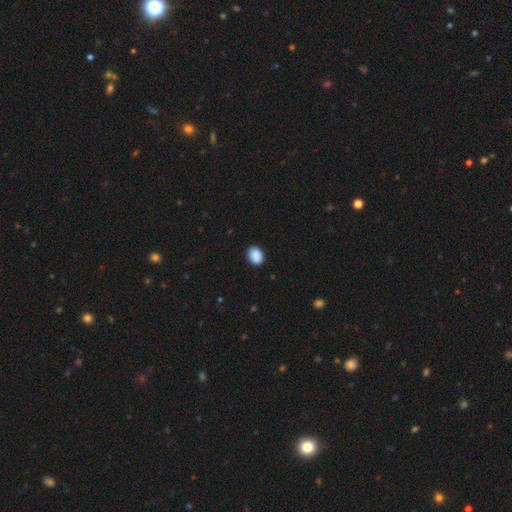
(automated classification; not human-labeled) Smooth or featured? Predicted: smooth (p=0.90). How rounded? Predicted: in between (p=0.56). Merging? Predicted: none (p=0.88).